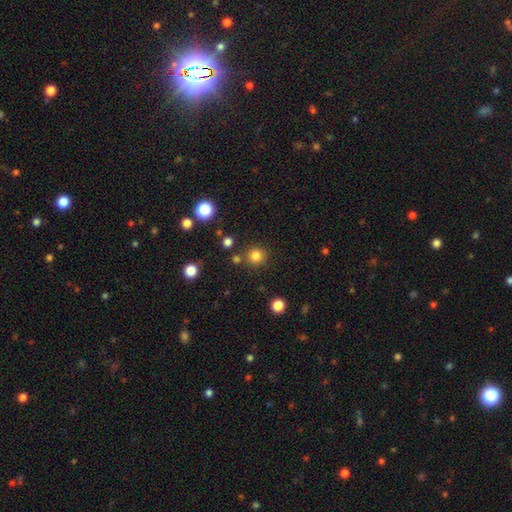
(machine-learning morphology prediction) A smooth galaxy with no disk features (82%) that is round (94%).

Vote fractions:
- Smooth or featured? smooth: 82% / star or artifact: 13% / featured or disk: 5%
- How rounded? round: 94% / in between: 5% / cigar-shaped: 1%
- Merging? none: 85% / minor disturbance: 7% / merger: 6% / major disturbance: 3%